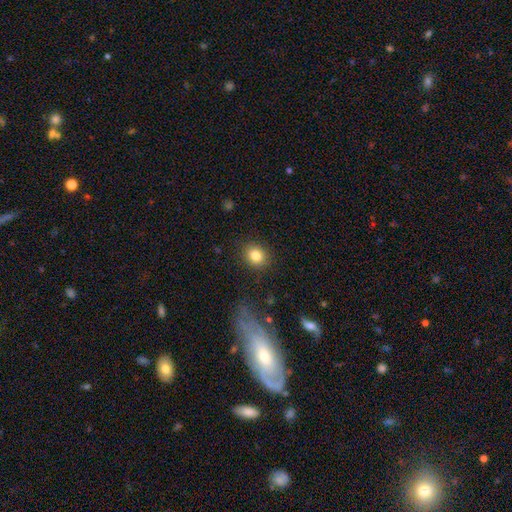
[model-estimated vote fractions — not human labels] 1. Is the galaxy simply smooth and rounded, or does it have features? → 83% smooth, 10% star or artifact, 7% featured or disk.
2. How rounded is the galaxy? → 73% round, 26% in between, 1% cigar-shaped.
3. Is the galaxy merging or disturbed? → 88% none, 8% minor disturbance, 3% major disturbance, 1% merger.